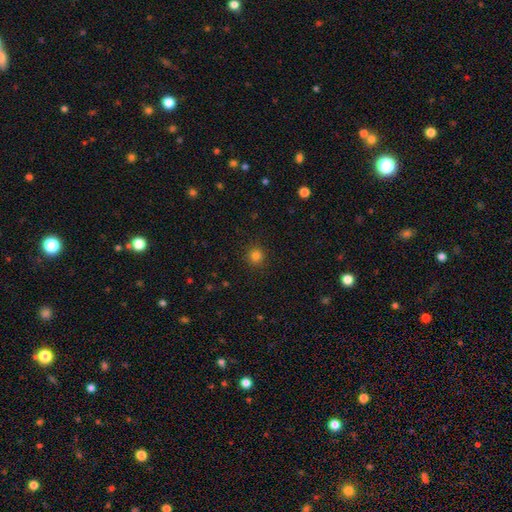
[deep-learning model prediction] Smooth or featured? smooth (82%)
How rounded? round (92%)
Merging? none (90%)